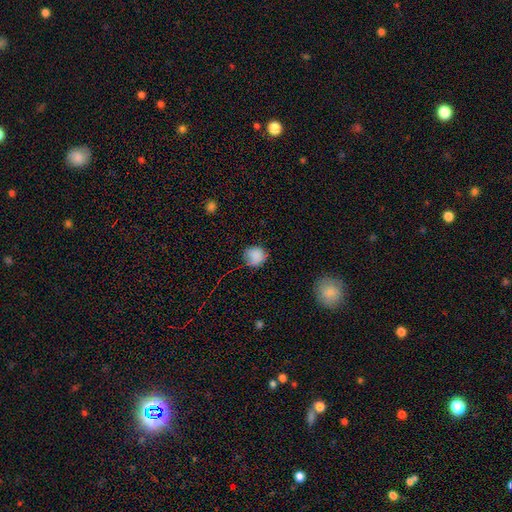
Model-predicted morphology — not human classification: Q: Smooth or featured?
A: smooth (83%); runner-up: star or artifact (10%)
Q: How rounded?
A: round (82%); runner-up: in between (17%)
Q: Merging?
A: none (69%); runner-up: minor disturbance (23%)